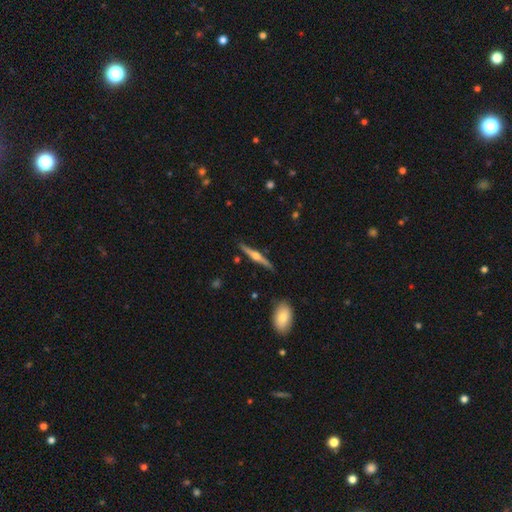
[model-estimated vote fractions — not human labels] A featured or disk galaxy (78%) viewed edge-on (98%) with a rounded central bulge (94%). Merging: none (87%).